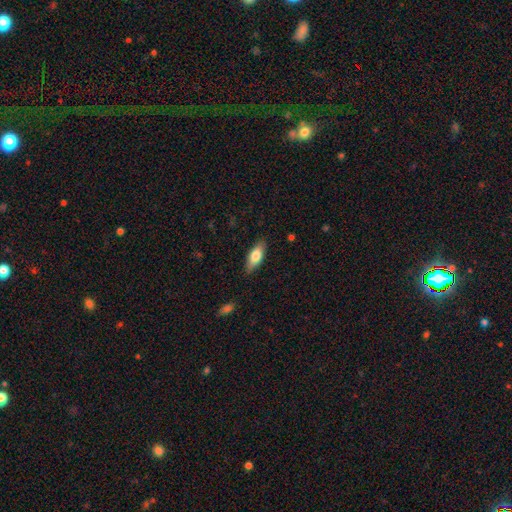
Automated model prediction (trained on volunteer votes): smooth 74%, featured or disk 20%, star or artifact 6%. Down the decision tree: how rounded — in between (74%); merging — none (85%).